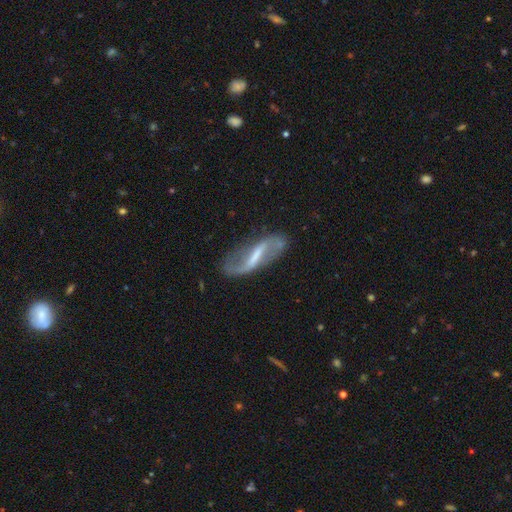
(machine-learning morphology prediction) This appears to be a featured or disk galaxy (82%) with a strong bar (61%), 2 (89%) loose (71%) spiral arms (89%) and a small central bulge (39%). Merging: none (74%).